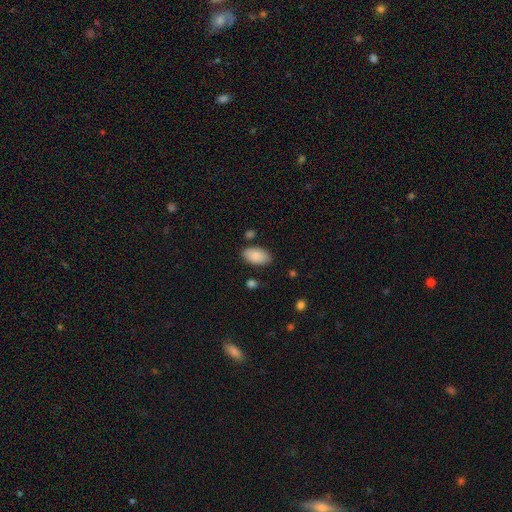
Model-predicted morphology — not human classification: This appears to be a smooth galaxy with no disk features (89%) that is in between round and cigar-shaped (95%). Merging: none (82%).